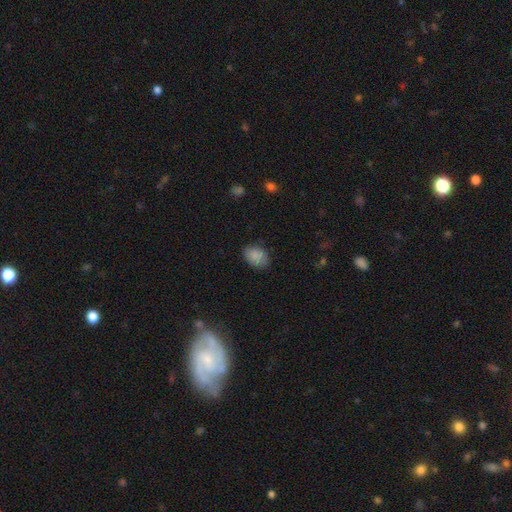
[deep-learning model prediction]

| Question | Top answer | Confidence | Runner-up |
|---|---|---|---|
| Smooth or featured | smooth | 87% | star or artifact (8%) |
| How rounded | in between | 74% | round (25%) |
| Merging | none | 80% | minor disturbance (15%) |